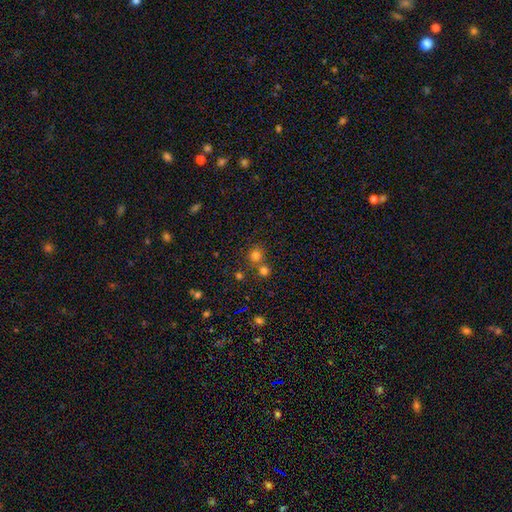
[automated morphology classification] Overall: smooth (72%). How rounded: round (88%). Merging: none (62%; merger 27%).